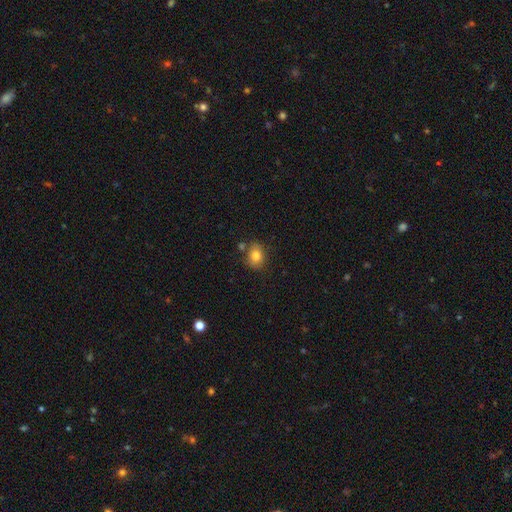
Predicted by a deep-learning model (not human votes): Smooth or featured? smooth (81%)
How rounded? round (51%)
Merging? none (72%)